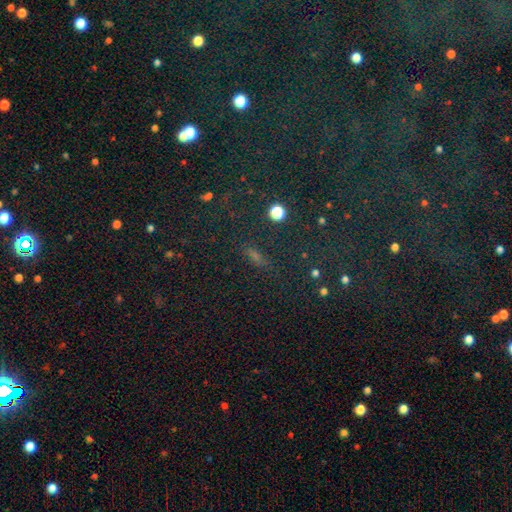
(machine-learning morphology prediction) Smooth or featured? Predicted: smooth (p=0.45). Merging? Predicted: none (p=0.79).